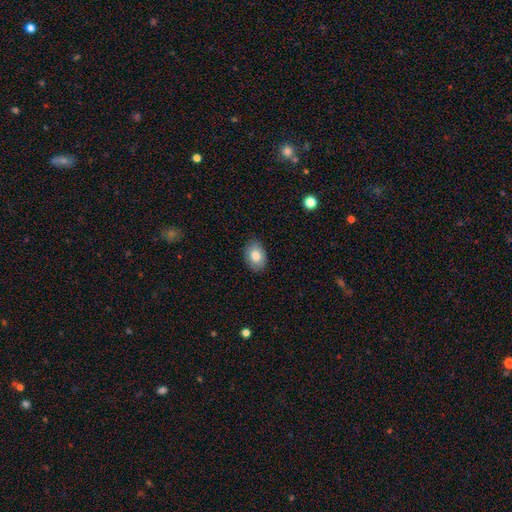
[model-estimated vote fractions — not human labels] Smooth or featured? Predicted: smooth (p=0.79). How rounded? Predicted: in between (p=0.80). Merging? Predicted: none (p=0.85).